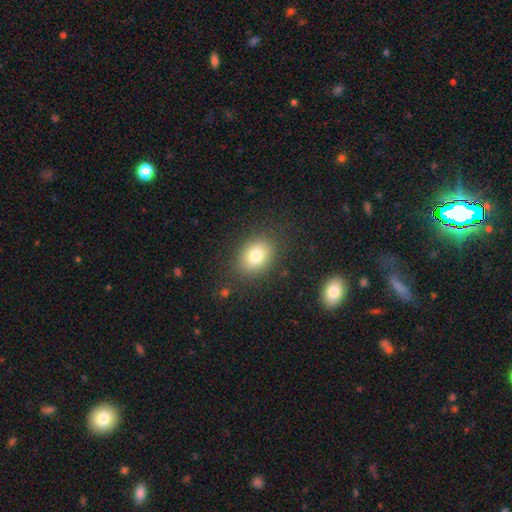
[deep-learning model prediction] The model was most divided on "how rounded": in between: 56%, round: 43%, cigar-shaped: 1%. More confident: merging — none (85%); smooth or featured — smooth (79%).